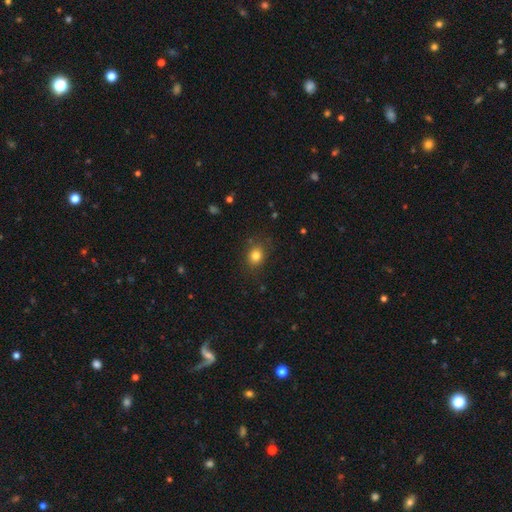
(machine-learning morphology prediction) Smooth or featured: smooth — 82% (star or artifact — 12%)
How rounded: round — 59% (in between — 40%)
Merging: none — 82% (minor disturbance — 12%)